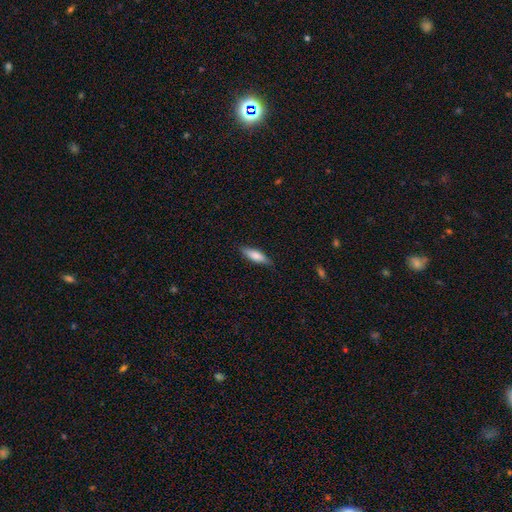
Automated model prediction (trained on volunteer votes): smooth 74%, featured or disk 20%, star or artifact 6%. Down the decision tree: how rounded — cigar-shaped (56%); merging — none (85%).